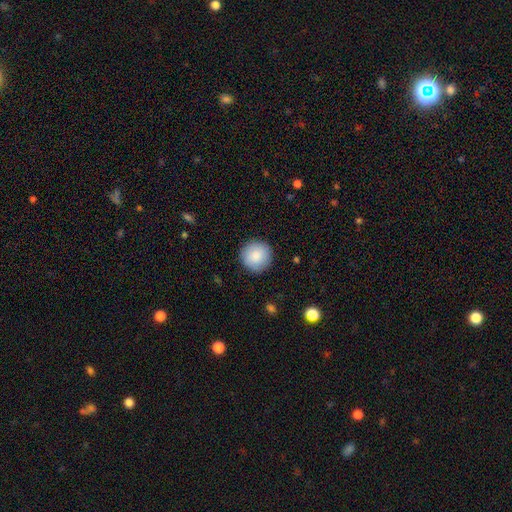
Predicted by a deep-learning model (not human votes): Smooth or featured?
  - smooth: 88% *
  - star or artifact: 6%
  - featured or disk: 6%
How rounded?
  - round: 95% *
  - in between: 4%
  - cigar-shaped: 1%
Merging?
  - none: 90% *
  - minor disturbance: 7%
  - major disturbance: 2%
  - merger: 1%